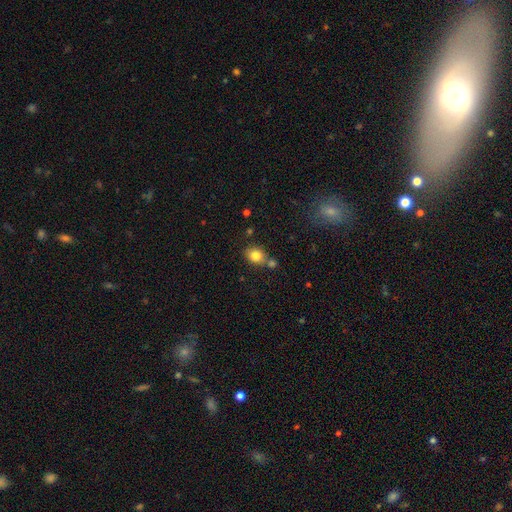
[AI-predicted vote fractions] This is clearly a smooth galaxy (82%). How rounded: possibly round (53%). Merging: likely none (62%).